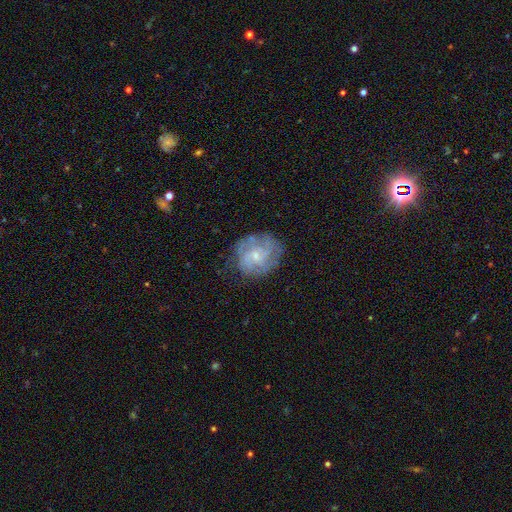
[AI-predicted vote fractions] Smooth or featured?
  - featured or disk: 72% *
  - smooth: 21%
  - star or artifact: 8%
Edge-on disk?
  - no: 98% *
  - yes: 2%
Bar?
  - no: 67% *
  - weak: 29%
  - strong: 4%
Spiral arms?
  - yes: 87% *
  - no: 13%
Spiral winding?
  - tight: 52% *
  - medium: 36%
  - loose: 12%
Spiral arm count?
  - can't tell: 41% *
  - 3: 17%
  - 2: 17%
  - 4: 14%
  - more than 4: 6%
  - 1: 5%
Bulge size?
  - small: 72% *
  - moderate: 21%
  - none: 5%
  - large: 1%
  - dominant: 1%
Merging?
  - none: 72% *
  - minor disturbance: 19%
  - major disturbance: 8%
  - merger: 1%